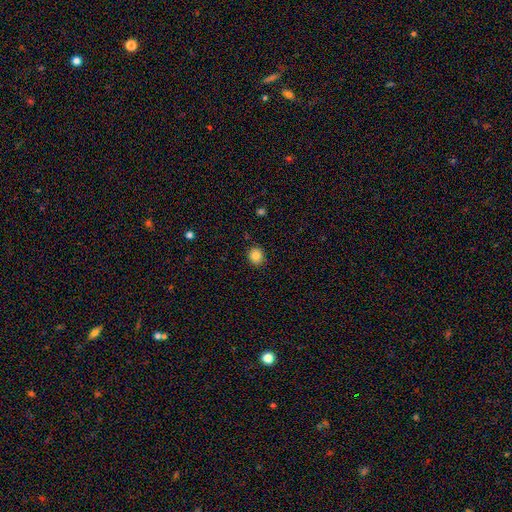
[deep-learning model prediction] smooth_or_featured: smooth (p=0.84) [alt: star or artifact p=0.10]
how_rounded: round (p=0.76) [alt: in between p=0.23]
merging: none (p=0.89) [alt: minor disturbance p=0.08]